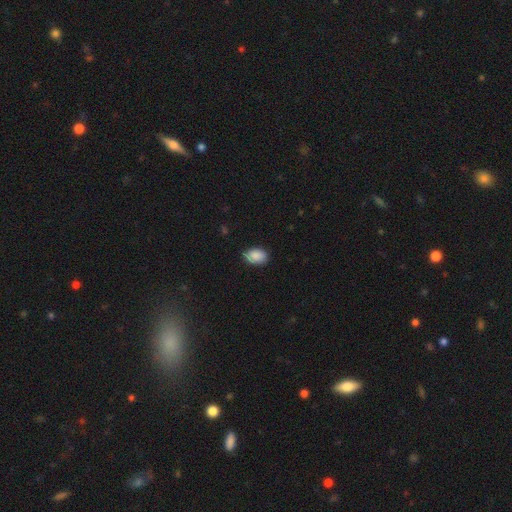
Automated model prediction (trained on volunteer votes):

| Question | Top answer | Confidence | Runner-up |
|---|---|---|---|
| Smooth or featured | smooth | 88% | star or artifact (7%) |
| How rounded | in between | 87% | round (11%) |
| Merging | none | 80% | minor disturbance (17%) |